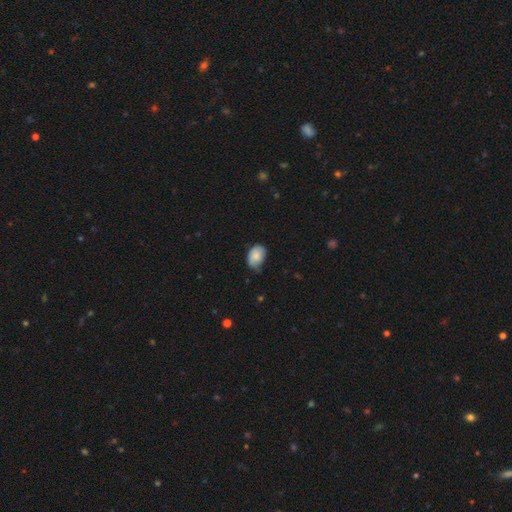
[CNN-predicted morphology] Smooth or featured: smooth — 80% (featured or disk — 13%)
How rounded: in between — 79% (round — 20%)
Merging: none — 51% (minor disturbance — 40%)